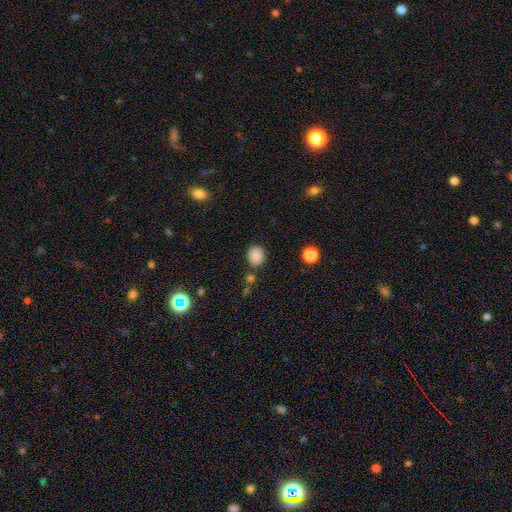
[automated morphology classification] Q: Smooth or featured?
A: smooth (85%); runner-up: star or artifact (11%)
Q: How rounded?
A: round (55%); runner-up: in between (44%)
Q: Merging?
A: none (74%); runner-up: minor disturbance (14%)